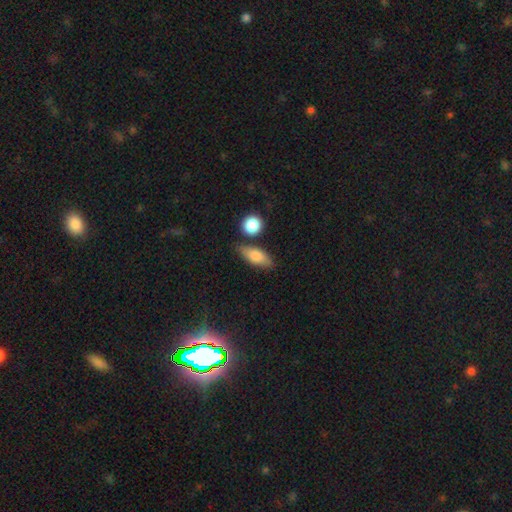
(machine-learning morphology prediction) Smooth or featured?
  - smooth: 74% *
  - featured or disk: 18%
  - star or artifact: 7%
How rounded?
  - in between: 73% *
  - cigar-shaped: 20%
  - round: 7%
Merging?
  - none: 70% *
  - minor disturbance: 16%
  - merger: 9%
  - major disturbance: 4%